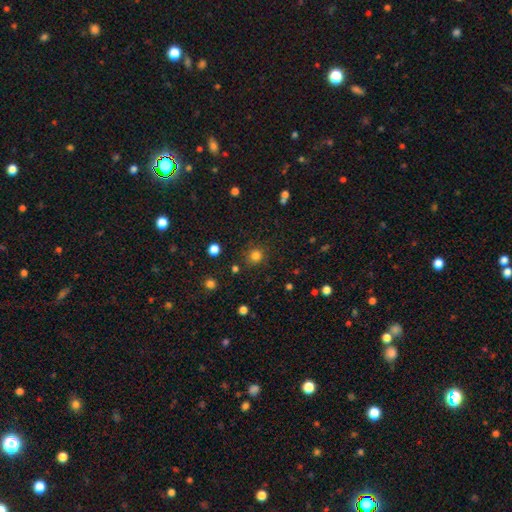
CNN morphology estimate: Smooth or featured? Predicted: smooth (p=0.80). How rounded? Predicted: round (p=0.87). Merging? Predicted: none (p=0.83).